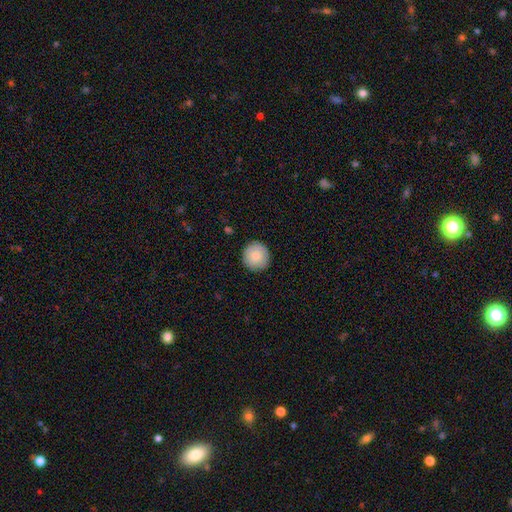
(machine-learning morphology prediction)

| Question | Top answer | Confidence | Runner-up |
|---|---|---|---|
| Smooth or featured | smooth | 84% | featured or disk (9%) |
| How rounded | round | 95% | in between (4%) |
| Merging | none | 91% | minor disturbance (7%) |